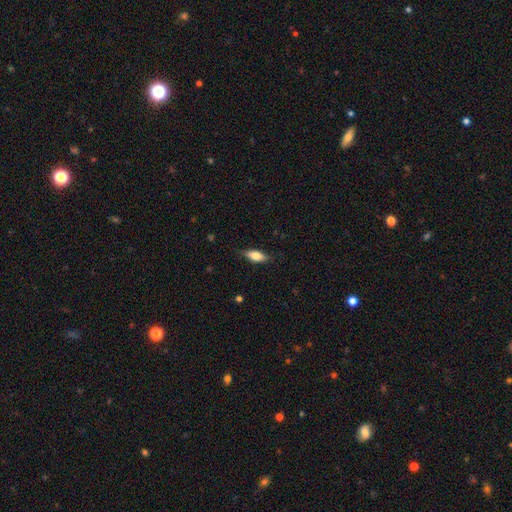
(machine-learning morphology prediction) type=smooth (69%); roundness=in between (75%); merging=none (81%).